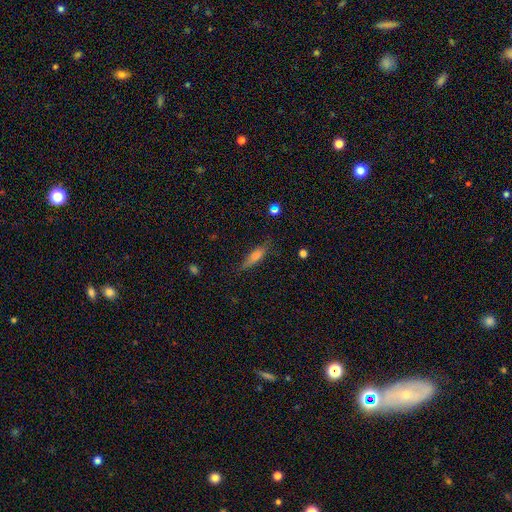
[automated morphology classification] Q: Smooth or featured?
A: smooth (57%); runner-up: featured or disk (32%)
Q: How rounded?
A: cigar-shaped (68%); runner-up: in between (29%)
Q: Merging?
A: none (73%); runner-up: minor disturbance (20%)